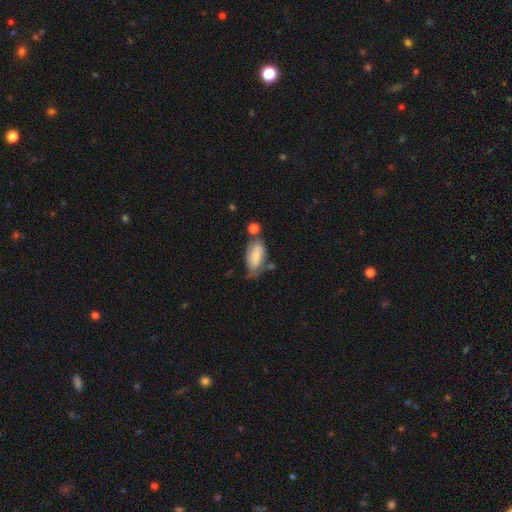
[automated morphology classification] Q: Smooth or featured?
A: smooth (66%); runner-up: featured or disk (27%)
Q: How rounded?
A: in between (88%); runner-up: cigar-shaped (8%)
Q: Merging?
A: none (47%); runner-up: minor disturbance (28%)